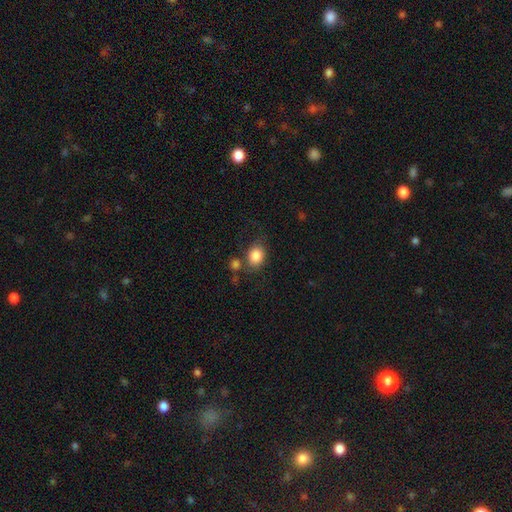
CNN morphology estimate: A smooth galaxy with no disk features (86%) that is in between round and cigar-shaped (52%).

Vote fractions:
- Smooth or featured? smooth: 86% / star or artifact: 8% / featured or disk: 6%
- How rounded? in between: 52% / round: 47% / cigar-shaped: 1%
- Merging? none: 62% / minor disturbance: 17% / merger: 14% / major disturbance: 7%